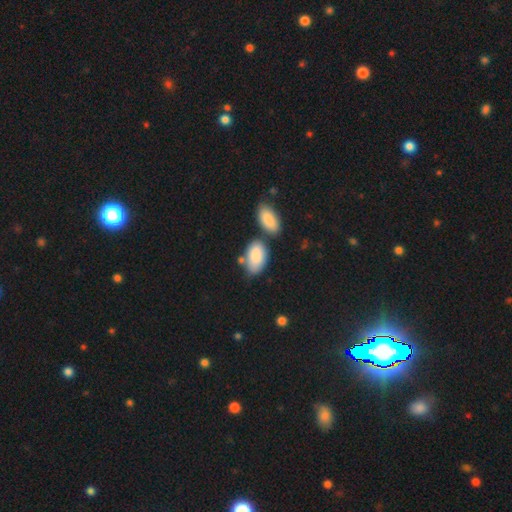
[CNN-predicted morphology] This appears to be a smooth galaxy with no disk features (86%) that is in between round and cigar-shaped (94%). Merging: none (51%).